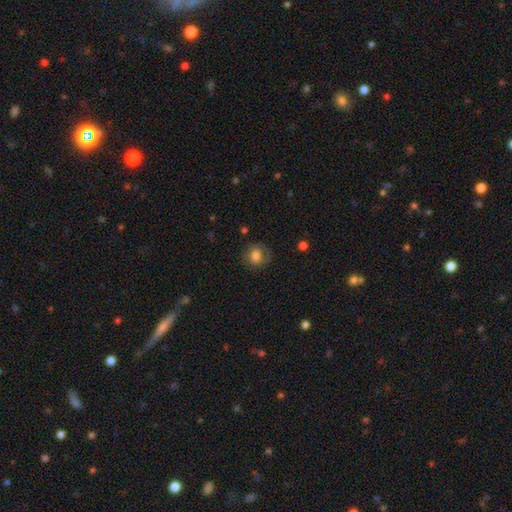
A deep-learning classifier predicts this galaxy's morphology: smooth_or_featured: smooth (p=0.76) [alt: featured or disk p=0.14]
how_rounded: round (p=0.71) [alt: in between p=0.28]
merging: none (p=0.72) [alt: minor disturbance p=0.18]